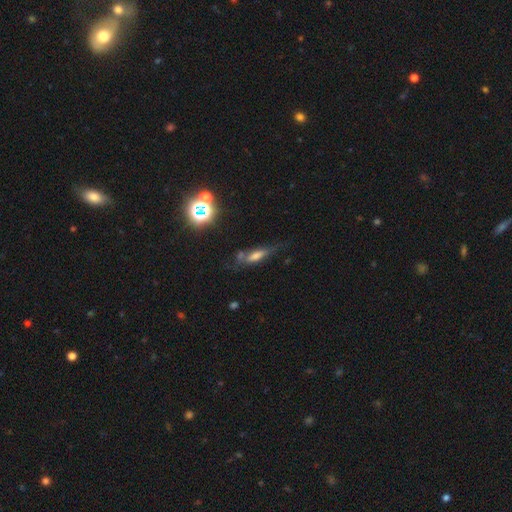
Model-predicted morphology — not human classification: A smooth galaxy with no disk features (49%). Merging: none (52%).